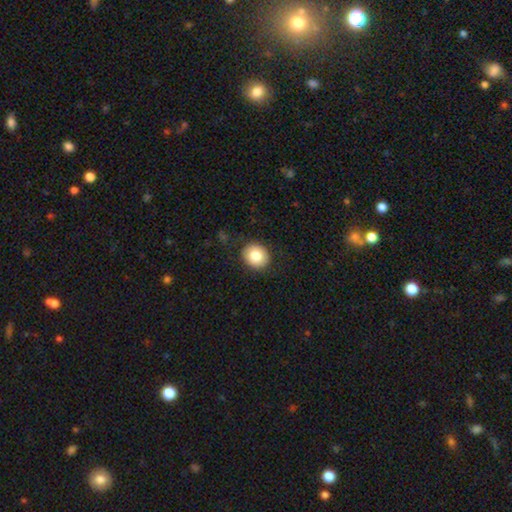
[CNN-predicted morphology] Q: Smooth or featured?
A: smooth (82%); runner-up: featured or disk (10%)
Q: How rounded?
A: round (78%); runner-up: in between (21%)
Q: Merging?
A: none (89%); runner-up: minor disturbance (8%)